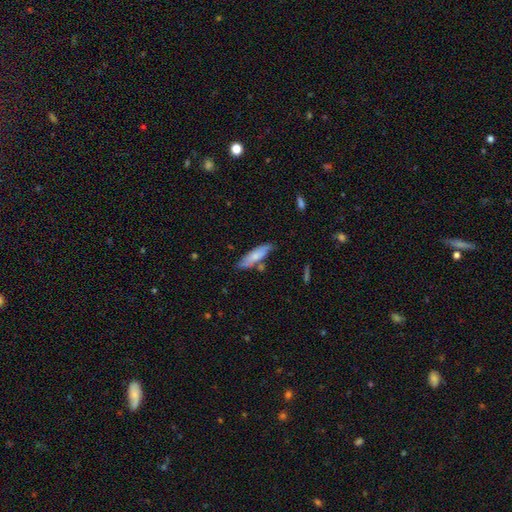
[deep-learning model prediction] This appears to be a smooth galaxy with no disk features (72%) that is cigar-shaped (56%). Merging: none (71%).